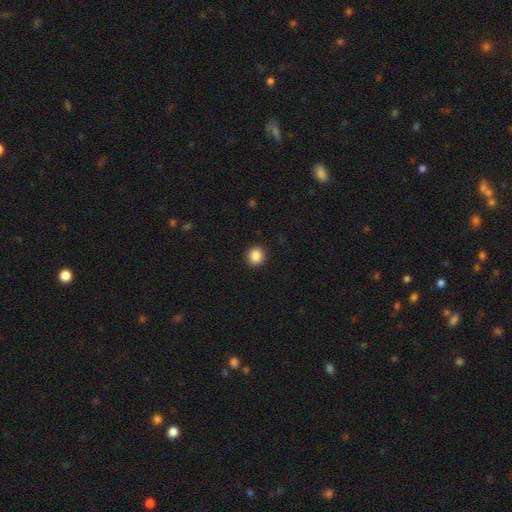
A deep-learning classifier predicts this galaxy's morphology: Smooth or featured: smooth — 86% (star or artifact — 10%)
How rounded: round — 87% (in between — 12%)
Merging: none — 92% (minor disturbance — 5%)